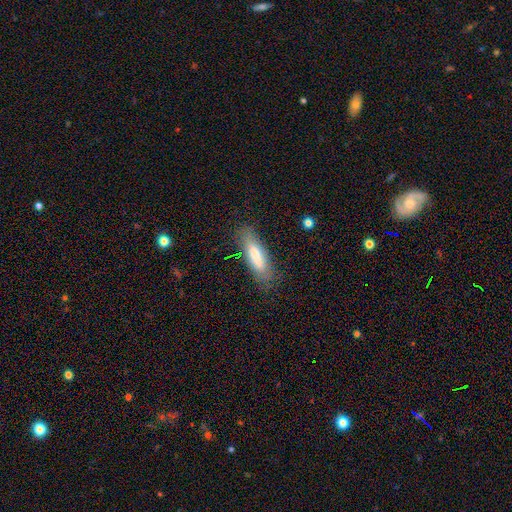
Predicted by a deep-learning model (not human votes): Smooth or featured?
  - smooth: 74% *
  - featured or disk: 19%
  - star or artifact: 7%
How rounded?
  - cigar-shaped: 63% *
  - in between: 35%
  - round: 2%
Merging?
  - none: 81% *
  - minor disturbance: 14%
  - major disturbance: 4%
  - merger: 1%